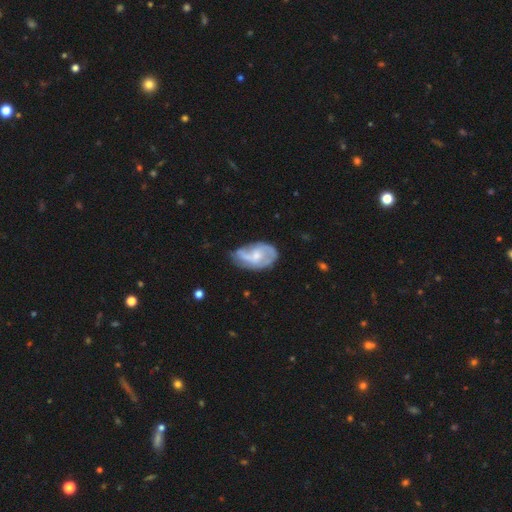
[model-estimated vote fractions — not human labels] Smooth or featured?
  - featured or disk: 73% *
  - smooth: 22%
  - star or artifact: 6%
Edge-on disk?
  - no: 97% *
  - yes: 3%
Bar?
  - no: 58% *
  - weak: 36%
  - strong: 6%
Spiral arms?
  - yes: 87% *
  - no: 13%
Spiral winding?
  - medium: 45% *
  - loose: 29%
  - tight: 26%
Spiral arm count?
  - 2: 54% *
  - can't tell: 20%
  - 3: 14%
  - 1: 7%
  - 4: 3%
  - more than 4: 2%
Bulge size?
  - small: 47% *
  - moderate: 41%
  - none: 8%
  - large: 3%
  - dominant: 1%
Merging?
  - none: 50% *
  - minor disturbance: 30%
  - major disturbance: 16%
  - merger: 4%